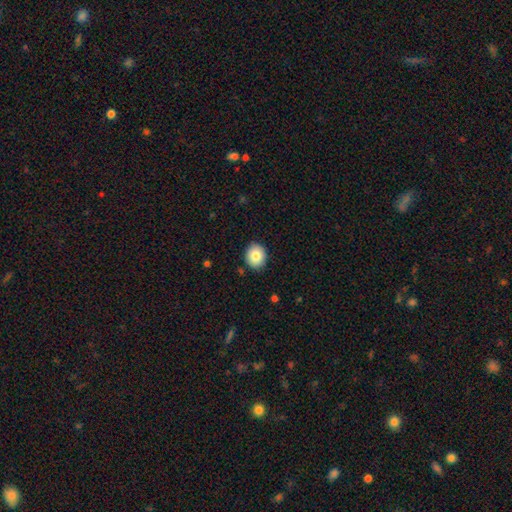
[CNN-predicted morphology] Q: Smooth or featured?
A: smooth (84%); runner-up: featured or disk (8%)
Q: How rounded?
A: round (72%); runner-up: in between (27%)
Q: Merging?
A: none (88%); runner-up: minor disturbance (9%)